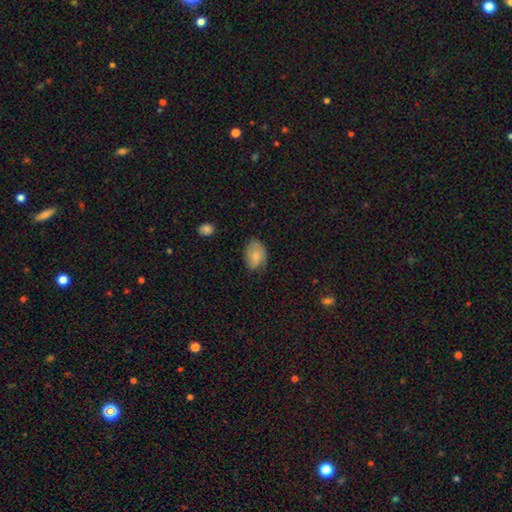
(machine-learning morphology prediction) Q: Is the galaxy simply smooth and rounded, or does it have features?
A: smooth — 74%.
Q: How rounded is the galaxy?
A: in between — 84%.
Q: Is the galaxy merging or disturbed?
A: none — 61%.